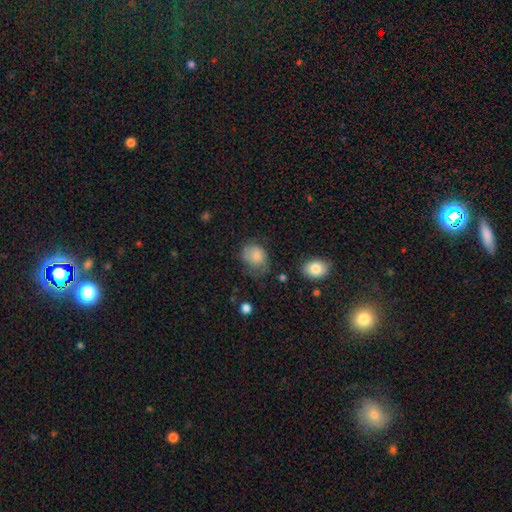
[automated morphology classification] type=smooth (74%); roundness=in between (50%); merging=none (42%).